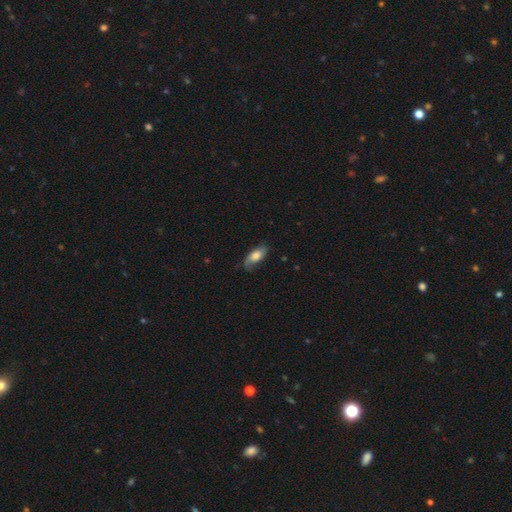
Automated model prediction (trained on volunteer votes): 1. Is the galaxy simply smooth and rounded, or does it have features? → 65% smooth, 28% featured or disk, 7% star or artifact.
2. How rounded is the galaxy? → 86% in between, 11% cigar-shaped, 4% round.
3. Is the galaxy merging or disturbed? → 63% none, 27% minor disturbance, 9% major disturbance, 1% merger.